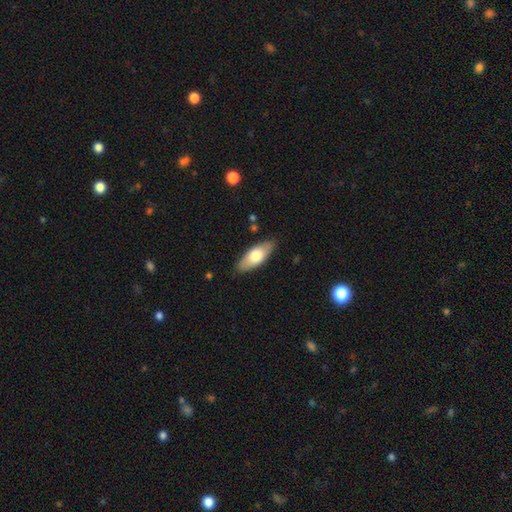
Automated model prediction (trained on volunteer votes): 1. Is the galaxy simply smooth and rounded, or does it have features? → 68% smooth, 26% featured or disk, 6% star or artifact.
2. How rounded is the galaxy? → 77% in between, 21% cigar-shaped, 2% round.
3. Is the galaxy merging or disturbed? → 85% none, 12% minor disturbance, 2% major disturbance, 1% merger.